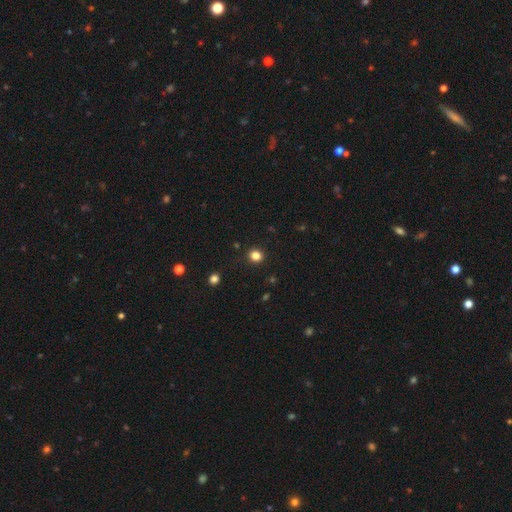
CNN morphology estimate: A smooth galaxy with no disk features (83%) that is round (84%).

Vote fractions:
- Smooth or featured? smooth: 83% / star or artifact: 13% / featured or disk: 4%
- How rounded? round: 84% / in between: 15% / cigar-shaped: 1%
- Merging? none: 90% / minor disturbance: 6% / major disturbance: 2% / merger: 1%